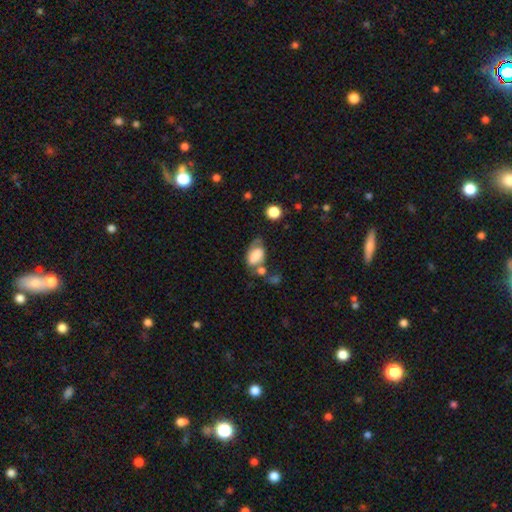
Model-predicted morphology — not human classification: A smooth galaxy with no disk features (63%) that is in between round and cigar-shaped (88%).

Vote fractions:
- Smooth or featured? smooth: 63% / featured or disk: 28% / star or artifact: 9%
- How rounded? in between: 88% / round: 10% / cigar-shaped: 2%
- Merging? none: 34% / minor disturbance: 28% / major disturbance: 20% / merger: 18%